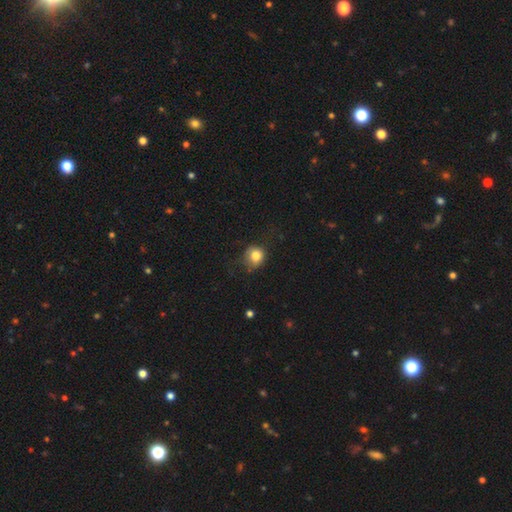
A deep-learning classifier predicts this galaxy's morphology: A smooth galaxy with no disk features (80%) that is round (78%).

Vote fractions:
- Smooth or featured? smooth: 80% / star or artifact: 11% / featured or disk: 9%
- How rounded? round: 78% / in between: 21% / cigar-shaped: 1%
- Merging? none: 59% / minor disturbance: 28% / major disturbance: 12% / merger: 2%